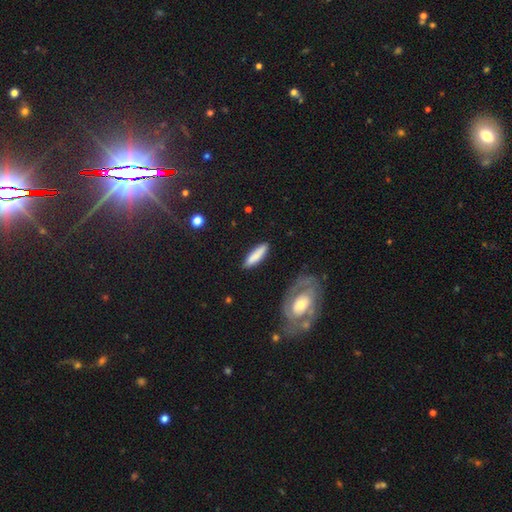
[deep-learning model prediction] Q: Smooth or featured?
A: smooth (81%); runner-up: featured or disk (14%)
Q: How rounded?
A: cigar-shaped (72%); runner-up: in between (26%)
Q: Merging?
A: none (82%); runner-up: minor disturbance (12%)